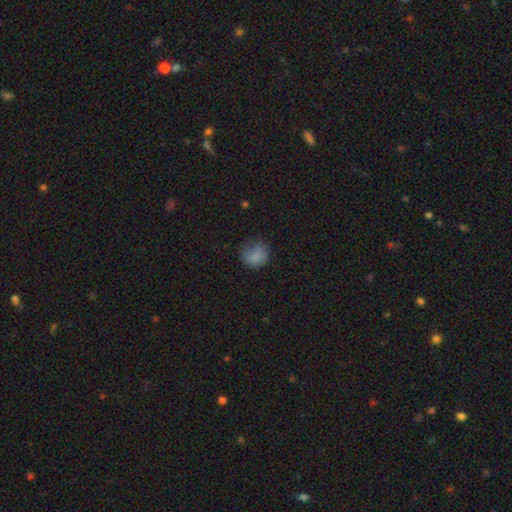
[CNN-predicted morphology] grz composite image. It shows a smooth galaxy with no disk features (79%) that is round (79%). Merging: none (58%).